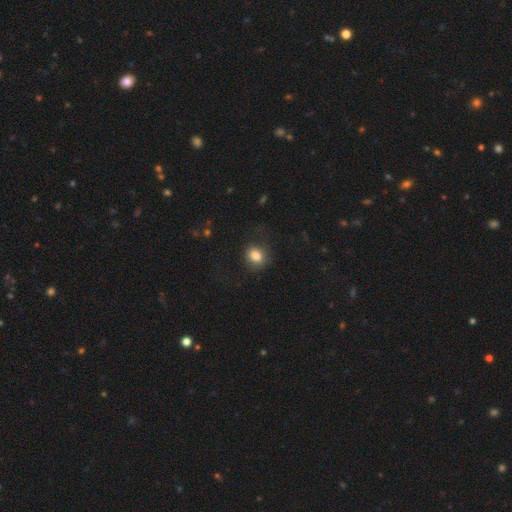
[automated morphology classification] Smooth or featured? smooth (83%)
How rounded? in between (50%)
Merging? none (75%)